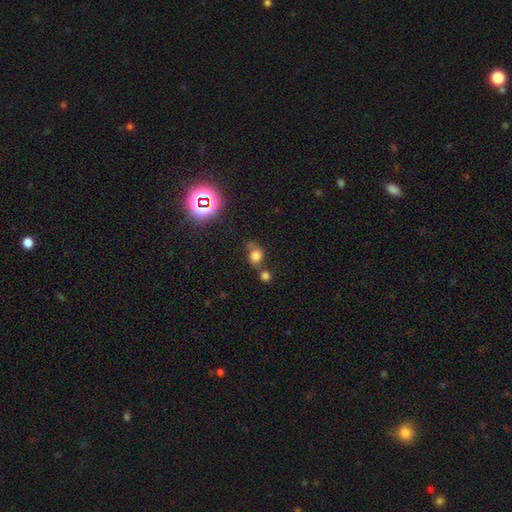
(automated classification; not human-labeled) A smooth galaxy with no disk features (67%) that is round (62%). Merging: none (43%).